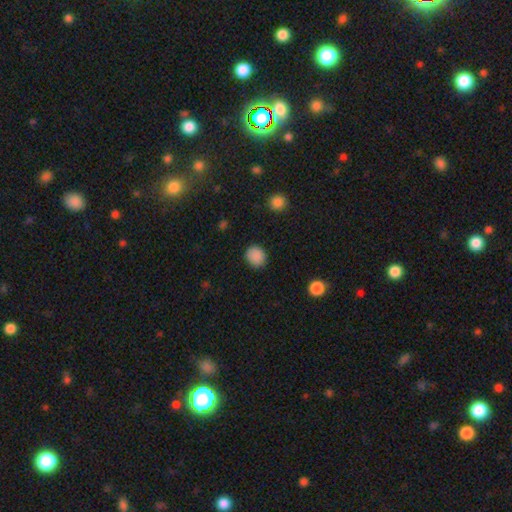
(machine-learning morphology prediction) smooth-or-featured: smooth: 88% | star or artifact: 9% | featured or disk: 3%
  how-rounded: round: 82% | in between: 17% | cigar-shaped: 1%
  merging: none: 88% | minor disturbance: 8% | major disturbance: 2% | merger: 1%